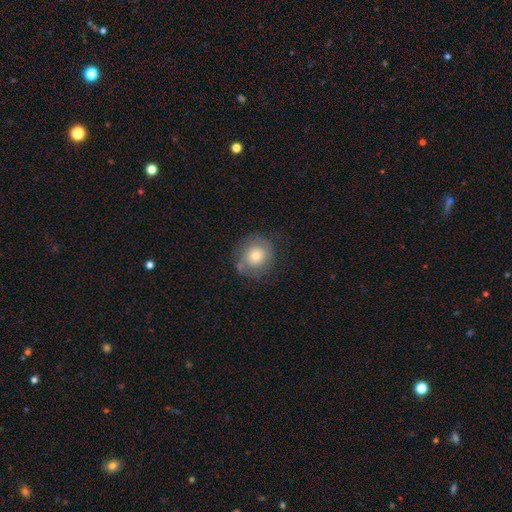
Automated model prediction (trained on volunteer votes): smooth-or-featured: smooth: 67% | featured or disk: 24% | star or artifact: 9%
  how-rounded: round: 88% | in between: 11% | cigar-shaped: 1%
  merging: none: 71% | minor disturbance: 17% | major disturbance: 7% | merger: 5%